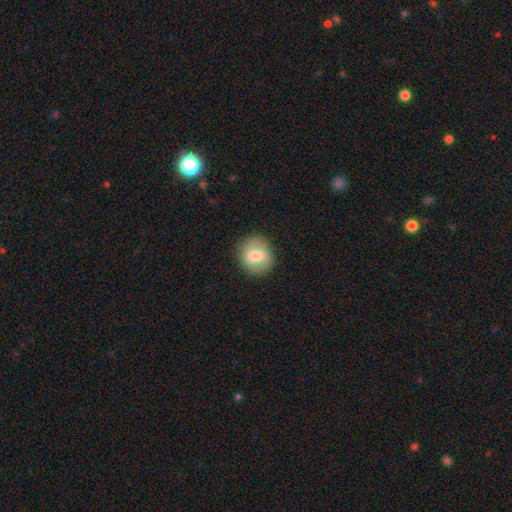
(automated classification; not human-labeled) smooth_or_featured: smooth (p=0.57) [alt: featured or disk p=0.35]
how_rounded: round (p=0.72) [alt: in between p=0.27]
merging: none (p=0.81) [alt: minor disturbance p=0.13]